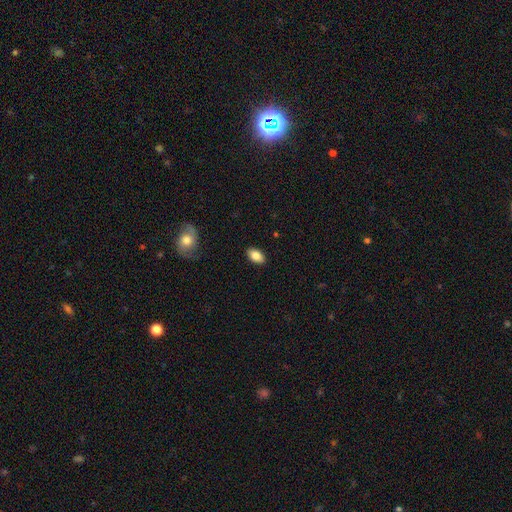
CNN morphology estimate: Smooth or featured? smooth (83%)
How rounded? in between (93%)
Merging? none (89%)